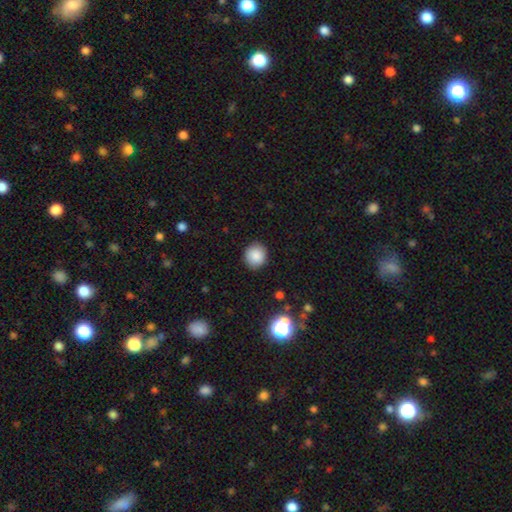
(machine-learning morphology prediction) smooth 86%, star or artifact 9%, featured or disk 5%. Down the decision tree: how rounded — round (88%); merging — none (89%).